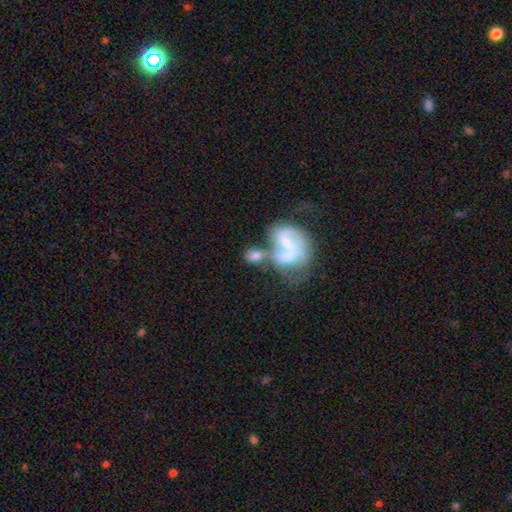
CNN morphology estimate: type=smooth (53%); roundness=in between (69%); merging=merger (60%).